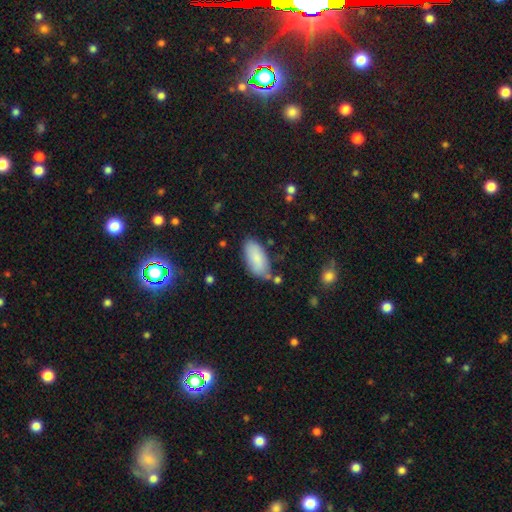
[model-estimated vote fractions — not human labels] This is clearly a smooth galaxy (84%). How rounded: clearly in between (91%). Merging: likely none (71%).